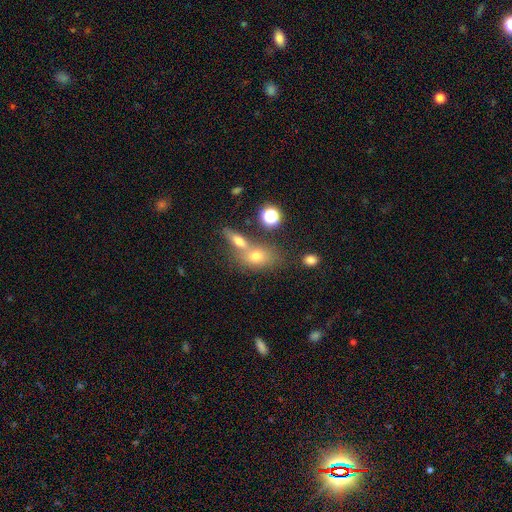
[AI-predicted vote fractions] Smooth or featured? Predicted: smooth (p=0.69). How rounded? Predicted: in between (p=0.65). Merging? Predicted: merger (p=0.43).